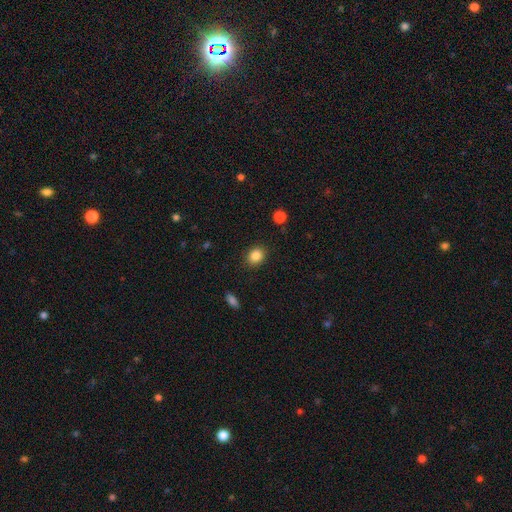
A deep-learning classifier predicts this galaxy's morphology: Smooth or featured?
  - smooth: 86% *
  - star or artifact: 10%
  - featured or disk: 5%
How rounded?
  - round: 61% *
  - in between: 38%
  - cigar-shaped: 1%
Merging?
  - none: 88% *
  - minor disturbance: 8%
  - major disturbance: 3%
  - merger: 1%